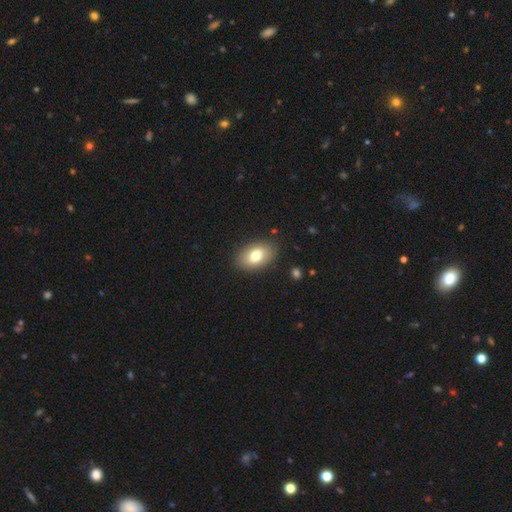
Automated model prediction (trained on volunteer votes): Q: Smooth or featured?
A: smooth (76%); runner-up: featured or disk (16%)
Q: How rounded?
A: in between (88%); runner-up: round (11%)
Q: Merging?
A: none (86%); runner-up: minor disturbance (10%)